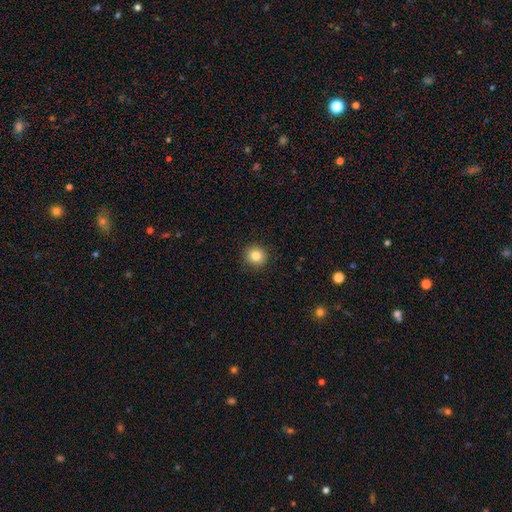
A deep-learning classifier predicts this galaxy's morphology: Overall: smooth (83%). How rounded: round (90%). Merging: none (91%).